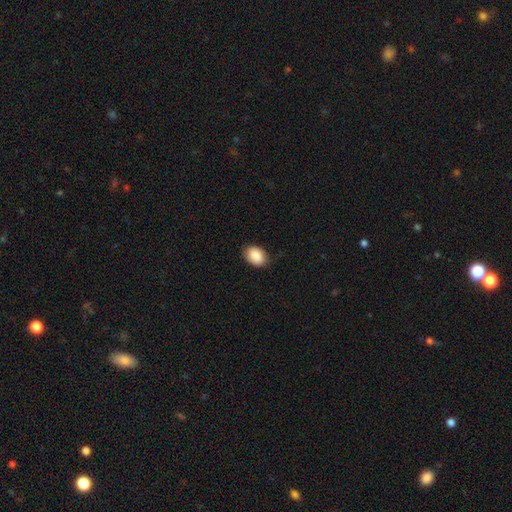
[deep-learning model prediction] This is clearly a smooth galaxy (88%). How rounded: likely in between (80%). Merging: clearly none (80%).